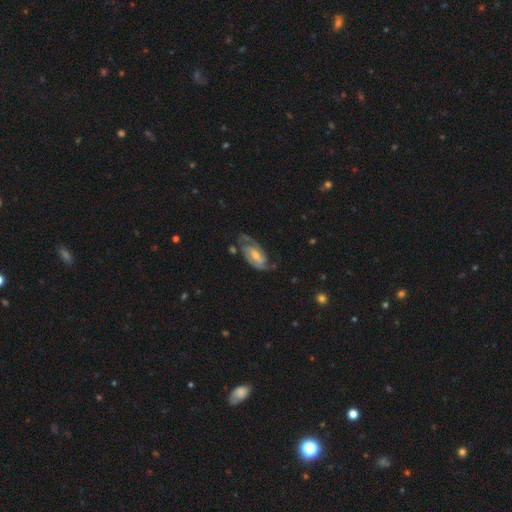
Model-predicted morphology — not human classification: This appears to be a featured or disk galaxy (86%) with a weak bar (49%), 2 (85%) tight (45%) spiral arms (96%) and a moderate central bulge (51%). Merging: none (70%).